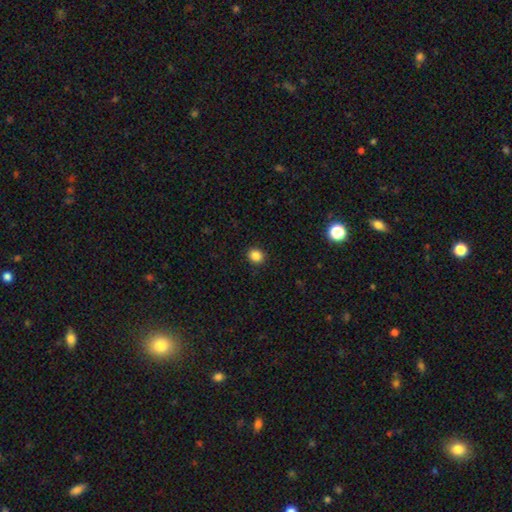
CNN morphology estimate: A smooth galaxy with no disk features (85%) that is round (76%).

Vote fractions:
- Smooth or featured? smooth: 85% / star or artifact: 11% / featured or disk: 3%
- How rounded? round: 76% / in between: 23% / cigar-shaped: 1%
- Merging? none: 91% / minor disturbance: 6% / major disturbance: 2% / merger: 1%